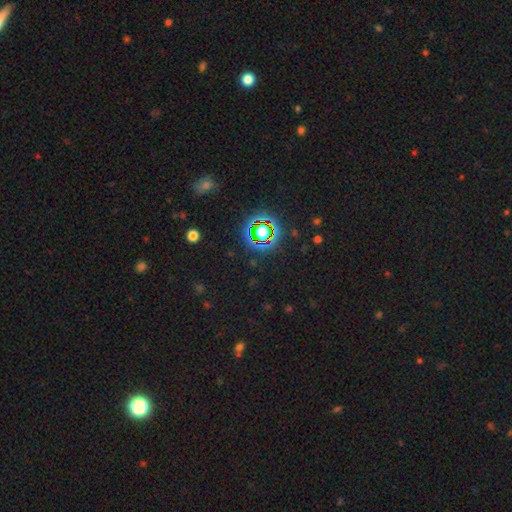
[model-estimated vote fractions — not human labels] Smooth or featured? Predicted: star or artifact (p=0.76).